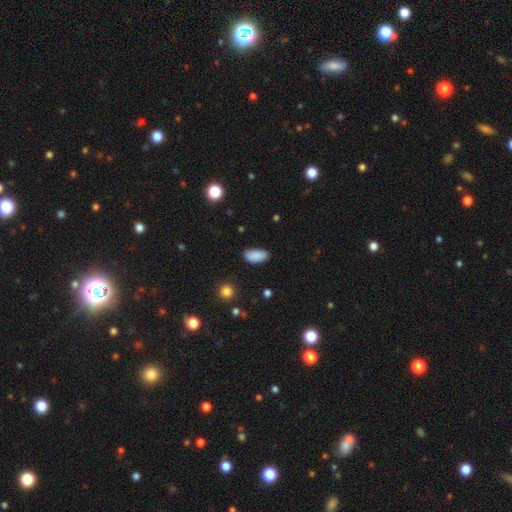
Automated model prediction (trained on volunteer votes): Smooth or featured: smooth — 88% (star or artifact — 8%)
How rounded: in between — 92% (cigar-shaped — 5%)
Merging: none — 80% (minor disturbance — 15%)